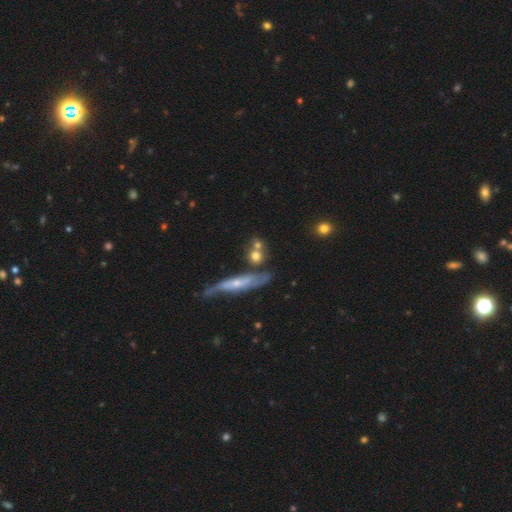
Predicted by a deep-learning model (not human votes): This is possibly a smooth galaxy (53%). How rounded: likely round (63%). Merging: possibly none (56%).